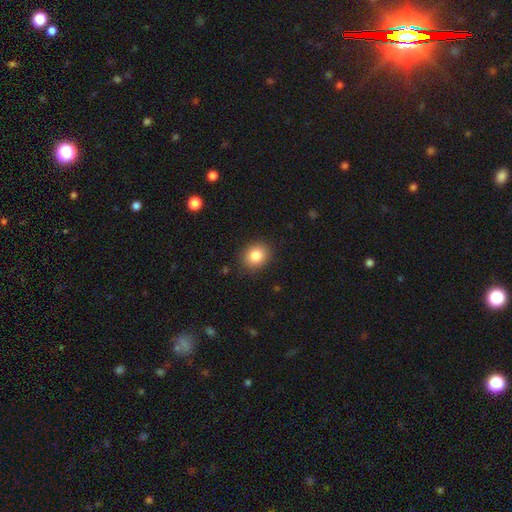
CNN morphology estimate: A smooth galaxy with no disk features (84%) that is round (65%). Merging: none (88%).